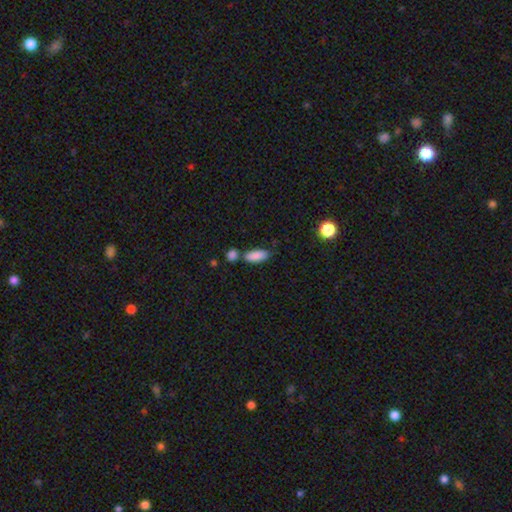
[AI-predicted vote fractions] A smooth galaxy with no disk features (88%) that is in between round and cigar-shaped (79%).

Vote fractions:
- Smooth or featured? smooth: 88% / star or artifact: 7% / featured or disk: 5%
- How rounded? in between: 79% / cigar-shaped: 19% / round: 3%
- Merging? none: 63% / merger: 19% / minor disturbance: 15% / major disturbance: 4%